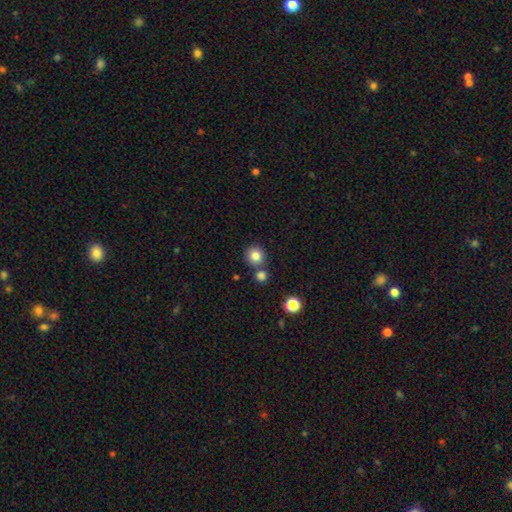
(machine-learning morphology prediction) Q: Smooth or featured?
A: smooth (83%); runner-up: star or artifact (11%)
Q: How rounded?
A: round (91%); runner-up: in between (8%)
Q: Merging?
A: none (73%); runner-up: merger (16%)